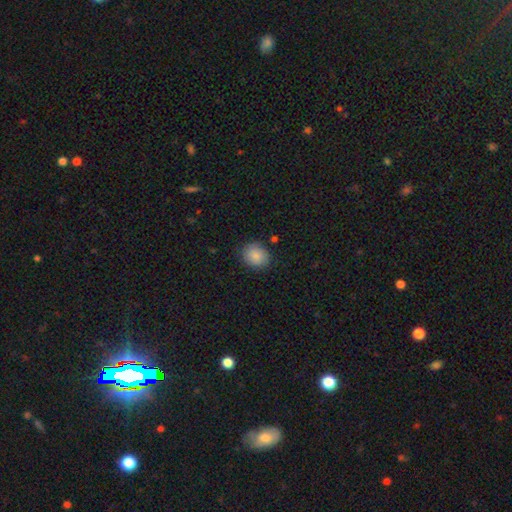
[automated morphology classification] Smooth or featured? Predicted: smooth (p=0.87). How rounded? Predicted: round (p=0.70). Merging? Predicted: none (p=0.85).